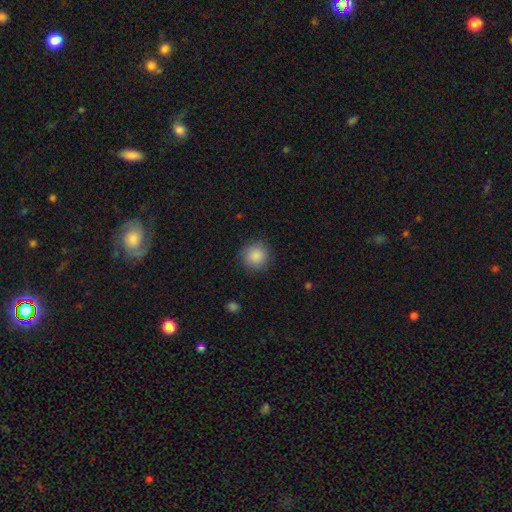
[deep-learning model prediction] Smooth or featured: smooth — 88% (star or artifact — 9%)
How rounded: round — 93% (in between — 6%)
Merging: none — 89% (minor disturbance — 8%)